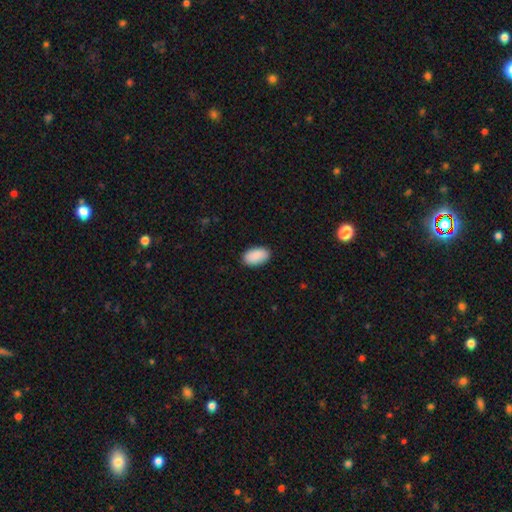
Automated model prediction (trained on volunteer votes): Smooth or featured?
  - smooth: 91% *
  - star or artifact: 6%
  - featured or disk: 3%
How rounded?
  - in between: 94% *
  - round: 4%
  - cigar-shaped: 1%
Merging?
  - none: 89% *
  - minor disturbance: 9%
  - major disturbance: 2%
  - merger: 1%